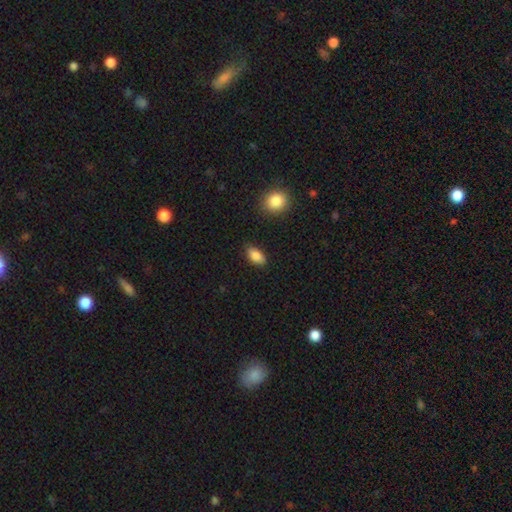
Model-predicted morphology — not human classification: smooth-or-featured: smooth: 87% | star or artifact: 8% | featured or disk: 6%
  how-rounded: in between: 91% | round: 5% | cigar-shaped: 4%
  merging: none: 84% | minor disturbance: 12% | major disturbance: 2% | merger: 2%